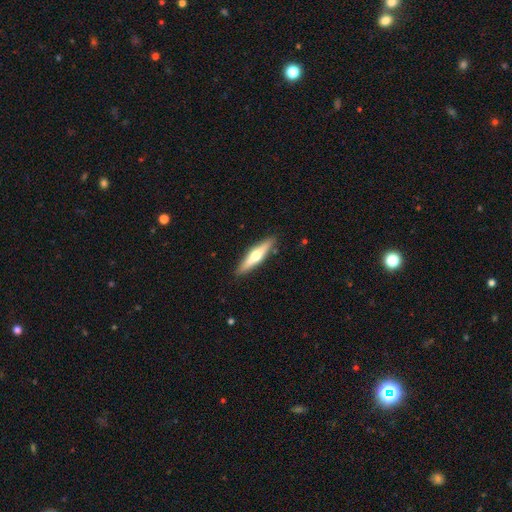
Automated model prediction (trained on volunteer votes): The model was most divided on "smooth or featured": featured or disk: 55%, smooth: 40%, star or artifact: 5%. More confident: edge-on disk — yes (94%); edge-on bulge — rounded (93%); merging — none (89%).